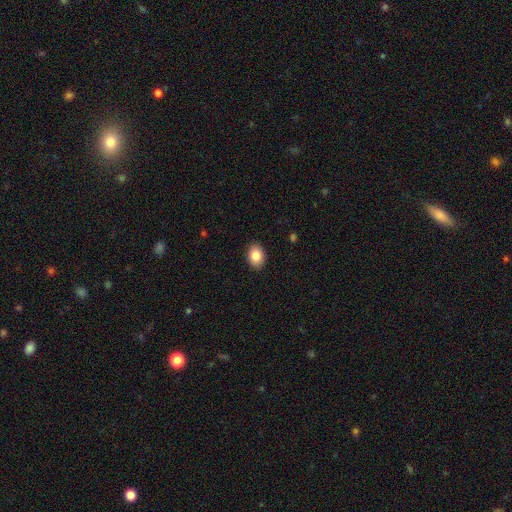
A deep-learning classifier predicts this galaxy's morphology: Smooth or featured? smooth (86%)
How rounded? in between (72%)
Merging? none (89%)